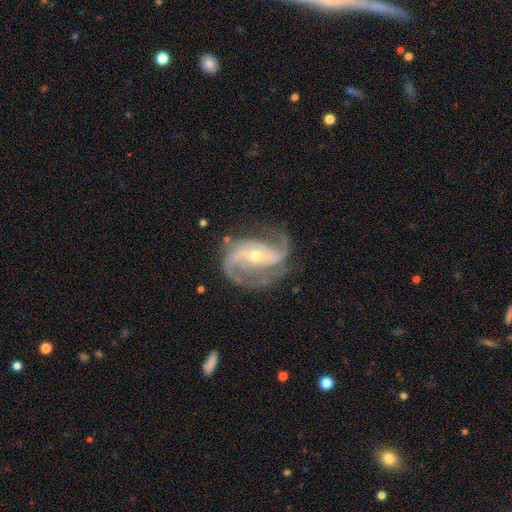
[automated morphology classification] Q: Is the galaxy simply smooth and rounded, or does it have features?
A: featured or disk — 90%.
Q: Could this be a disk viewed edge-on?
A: no — 97%.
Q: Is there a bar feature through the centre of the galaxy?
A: weak — 35%, tied with no.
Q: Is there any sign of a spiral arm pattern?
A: yes — 97%.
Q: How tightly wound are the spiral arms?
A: medium — 52%.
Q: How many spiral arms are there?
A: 2 — 71%.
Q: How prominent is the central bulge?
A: small — 58%.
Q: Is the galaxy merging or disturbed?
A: none — 66%.